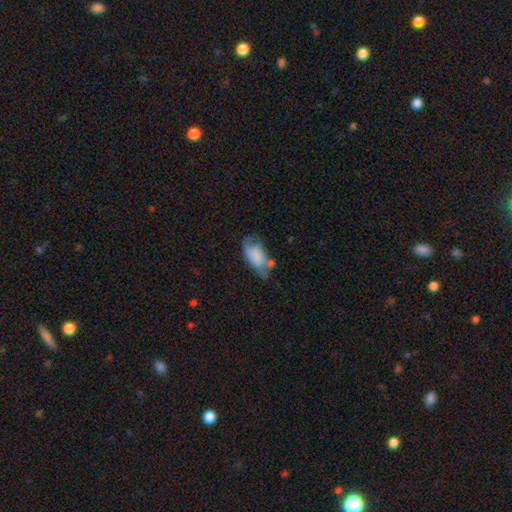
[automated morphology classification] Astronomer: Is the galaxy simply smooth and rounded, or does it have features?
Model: smooth — 72%.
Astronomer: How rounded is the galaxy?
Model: in between — 92%.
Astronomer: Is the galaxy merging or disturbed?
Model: none — 35% (runner-up: minor disturbance, 34%).